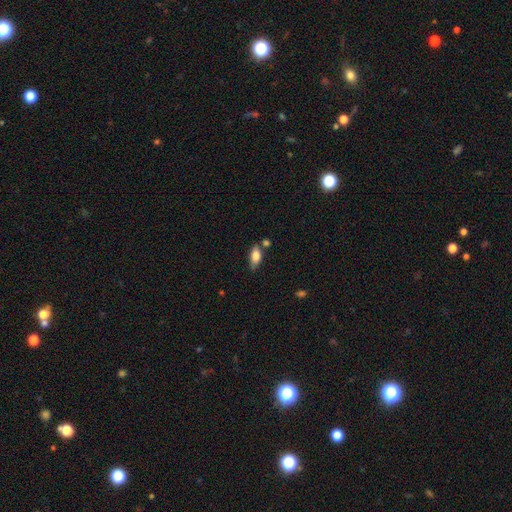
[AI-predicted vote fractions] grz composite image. It shows a smooth galaxy with no disk features (77%) that is in between round and cigar-shaped (85%). Merging: none (68%).